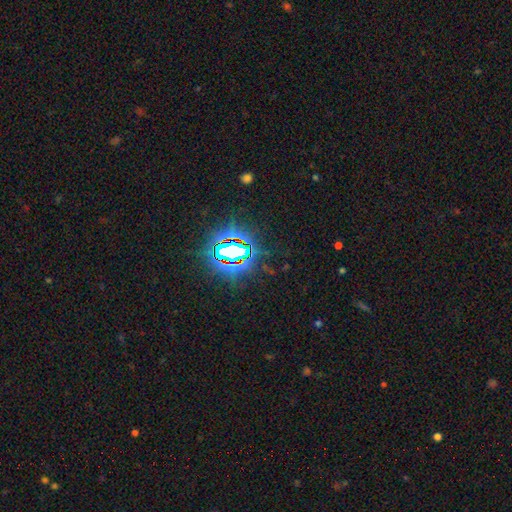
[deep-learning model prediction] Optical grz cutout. It shows a star or artifact, not a galaxy (84%).